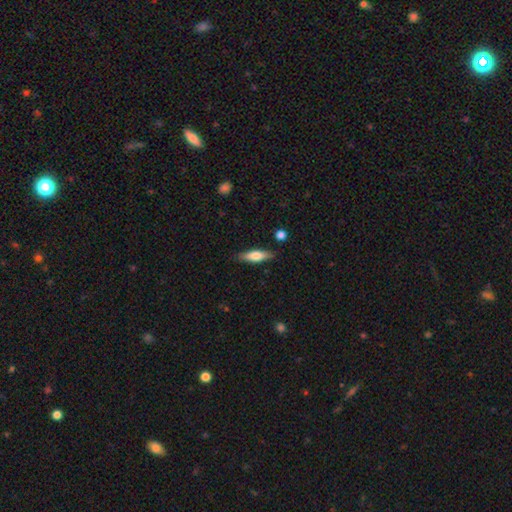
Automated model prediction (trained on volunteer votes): Smooth or featured?
  - smooth: 61% *
  - featured or disk: 33%
  - star or artifact: 6%
How rounded?
  - cigar-shaped: 59% *
  - in between: 38%
  - round: 2%
Merging?
  - none: 85% *
  - minor disturbance: 10%
  - major disturbance: 2%
  - merger: 2%